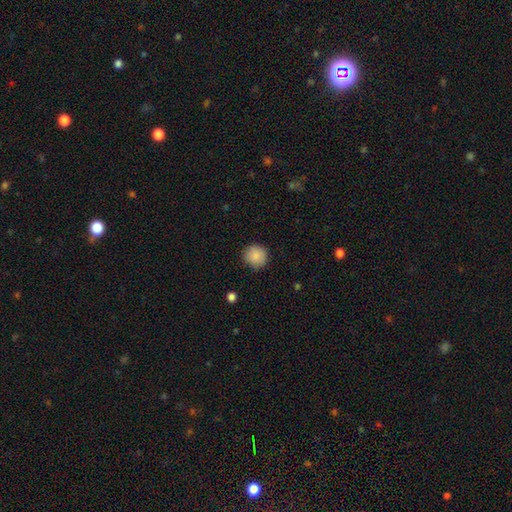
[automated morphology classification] Smooth or featured: smooth — 88% (star or artifact — 8%)
How rounded: round — 94% (in between — 5%)
Merging: none — 89% (minor disturbance — 8%)